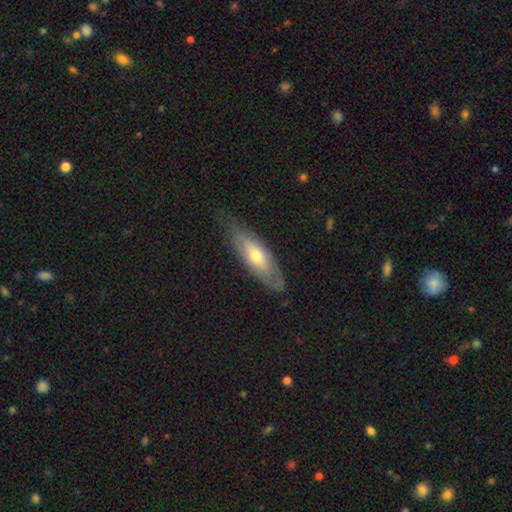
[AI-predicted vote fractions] smooth 50%, featured or disk 45%, star or artifact 5%. Down the decision tree: merging — none (68%).